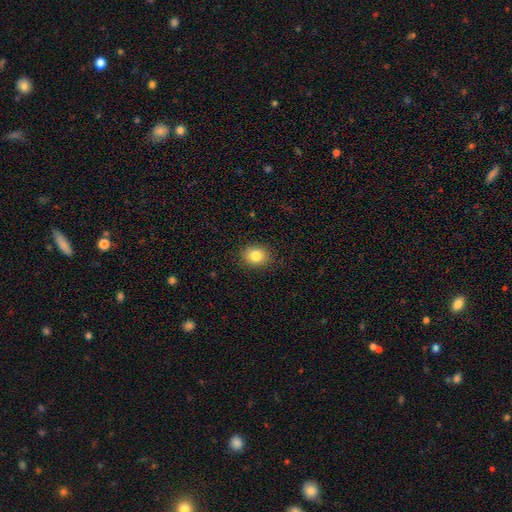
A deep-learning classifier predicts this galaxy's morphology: smooth-or-featured: smooth: 82% | star or artifact: 10% | featured or disk: 7%
  how-rounded: round: 62% | in between: 37% | cigar-shaped: 1%
  merging: none: 89% | minor disturbance: 8% | major disturbance: 2% | merger: 1%